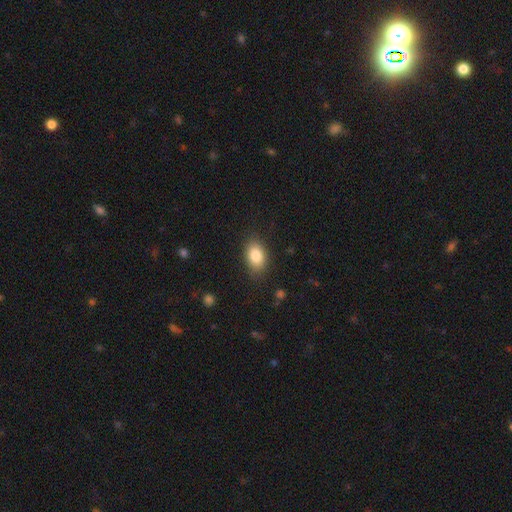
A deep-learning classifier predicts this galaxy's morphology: A smooth galaxy with no disk features (85%) that is in between round and cigar-shaped (85%). Merging: none (83%).